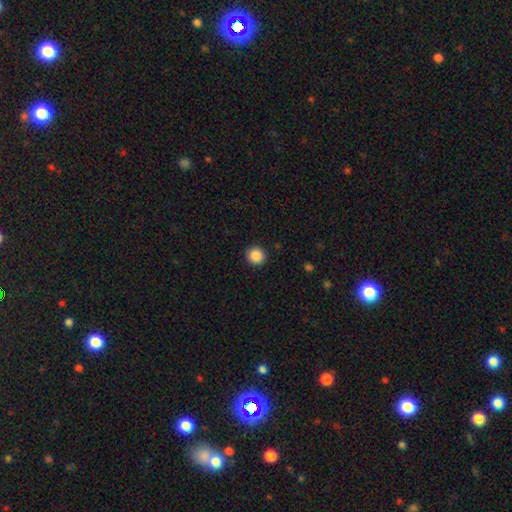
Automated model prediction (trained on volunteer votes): Smooth or featured? smooth (89%)
How rounded? round (92%)
Merging? none (92%)